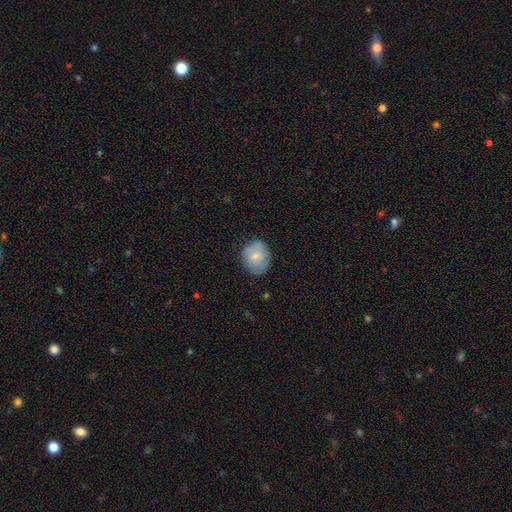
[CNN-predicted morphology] smooth-or-featured: smooth: 72% | featured or disk: 21% | star or artifact: 7%
  how-rounded: round: 57% | in between: 42% | cigar-shaped: 1%
  merging: none: 74% | minor disturbance: 20% | major disturbance: 5% | merger: 1%